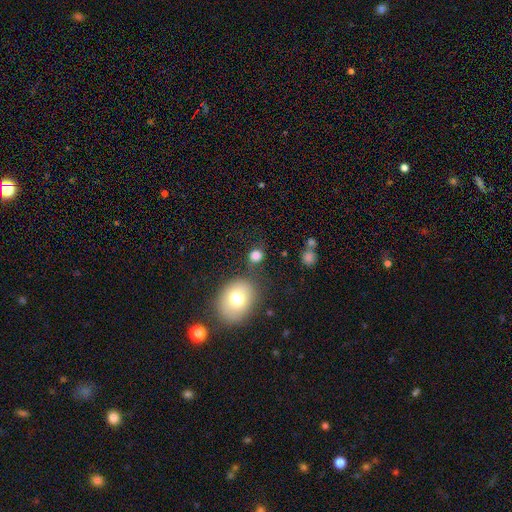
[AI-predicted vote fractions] Smooth or featured: smooth — 81% (star or artifact — 12%)
How rounded: round — 69% (in between — 30%)
Merging: none — 72% (minor disturbance — 13%)